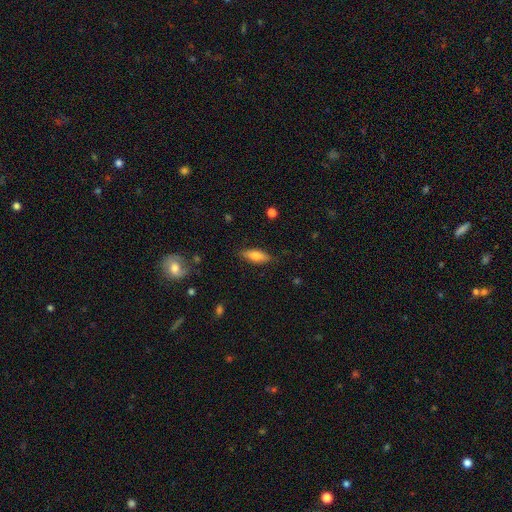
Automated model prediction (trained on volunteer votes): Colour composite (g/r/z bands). It shows a smooth galaxy with no disk features (74%) that is in between round and cigar-shaped (63%). Merging: none (84%).